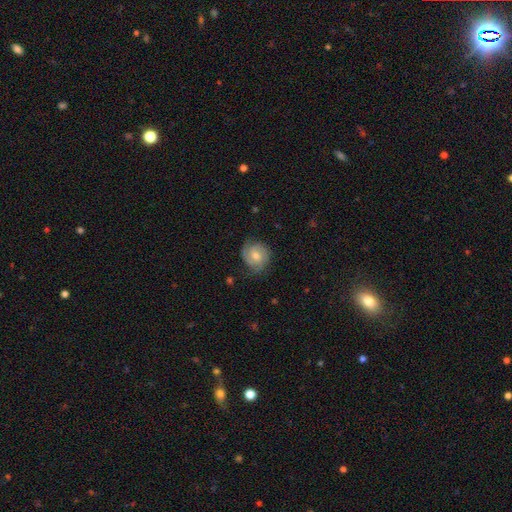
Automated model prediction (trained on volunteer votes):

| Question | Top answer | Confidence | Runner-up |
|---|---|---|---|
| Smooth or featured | featured or disk | 55% | smooth (38%) |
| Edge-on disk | no | 97% | yes (3%) |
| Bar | no | 54% | weak (38%) |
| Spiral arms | yes | 89% | no (11%) |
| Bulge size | moderate | 55% | small (38%) |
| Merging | none | 68% | minor disturbance (23%) |